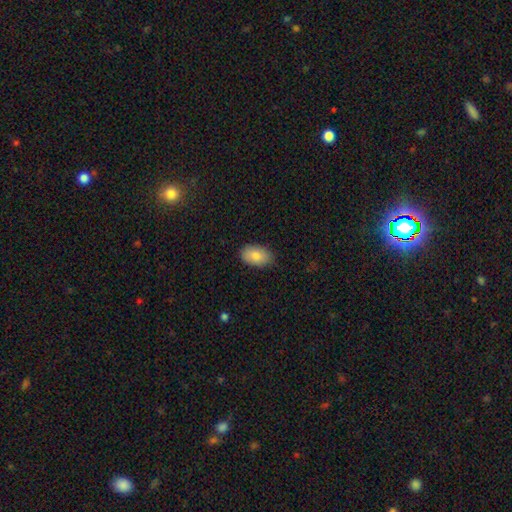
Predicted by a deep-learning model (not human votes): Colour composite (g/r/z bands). It shows a smooth galaxy with no disk features (84%) that is in between round and cigar-shaped (92%). Merging: none (84%).